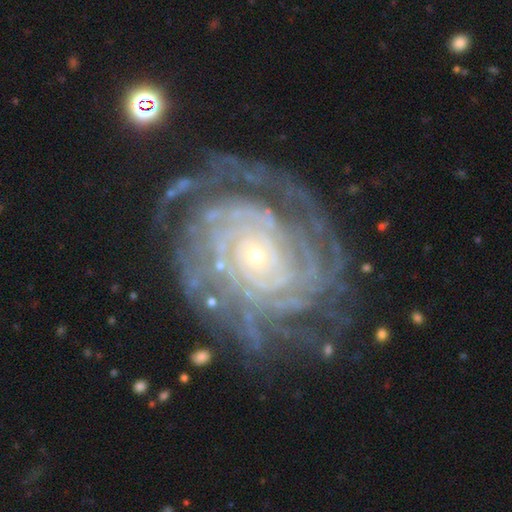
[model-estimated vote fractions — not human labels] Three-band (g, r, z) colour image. It shows a featured or disk galaxy (90%) with no bar (79%), more than 4 (27%) tight (83%) spiral arms (98%) and a small central bulge (82%). Merging: none (74%).